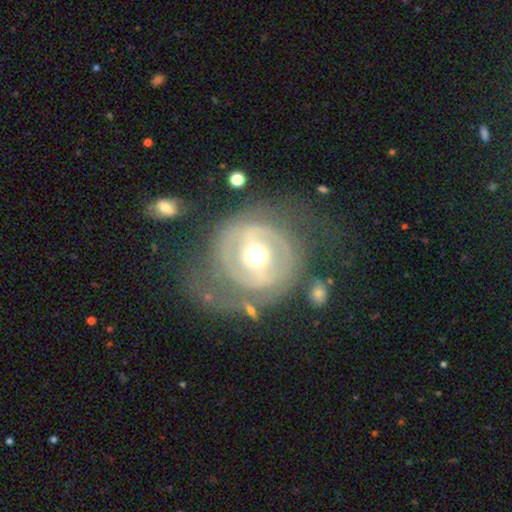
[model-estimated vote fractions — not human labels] smooth-or-featured: featured or disk: 76% | smooth: 18% | star or artifact: 6%
  disk-edge-on: no: 96% | yes: 4%
    bar: no: 39% | weak: 35% | strong: 25%
    has-spiral-arms: yes: 65% | no: 35%
    bulge-size: moderate: 72% | small: 15% | large: 11% | dominant: 1% | none: 1%
  merging: none: 58% | major disturbance: 19% | minor disturbance: 19% | merger: 4%